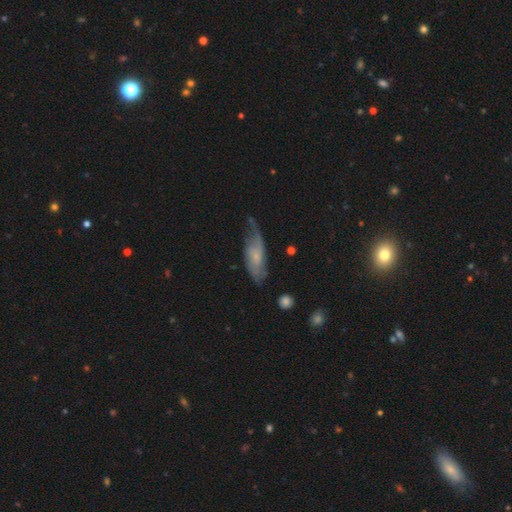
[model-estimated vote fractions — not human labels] A featured or disk galaxy (54%). Merging: none (46%).